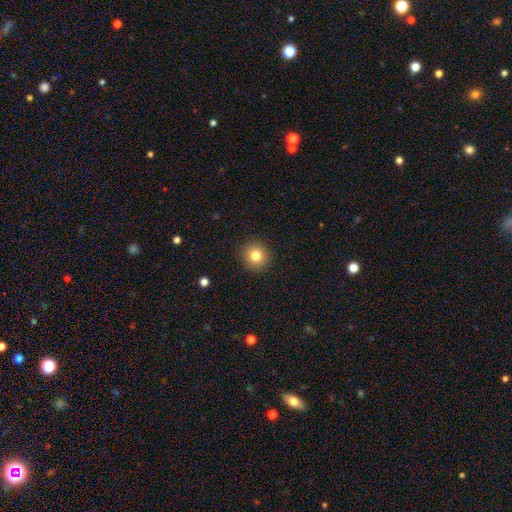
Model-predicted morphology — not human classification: smooth 80%, star or artifact 12%, featured or disk 9%. Down the decision tree: how rounded — round (92%); merging — none (92%).